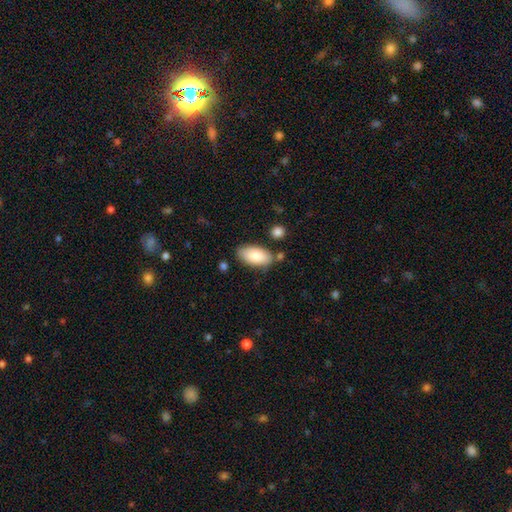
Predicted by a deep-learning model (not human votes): Smooth or featured? Predicted: smooth (p=0.82). How rounded? Predicted: in between (p=0.94). Merging? Predicted: none (p=0.75).